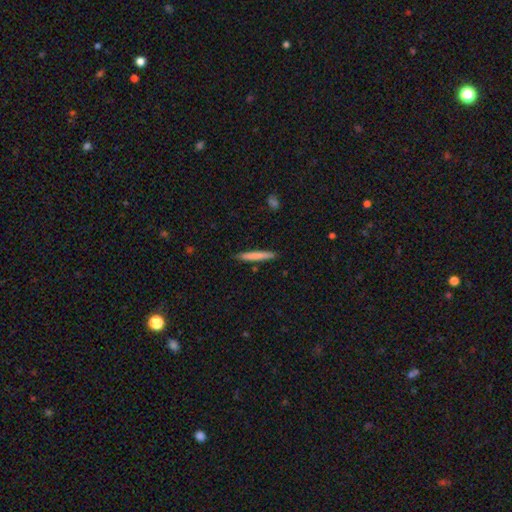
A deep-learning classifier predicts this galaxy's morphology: smooth 76%, featured or disk 19%, star or artifact 6%. Down the decision tree: how rounded — cigar-shaped (96%); merging — none (88%).